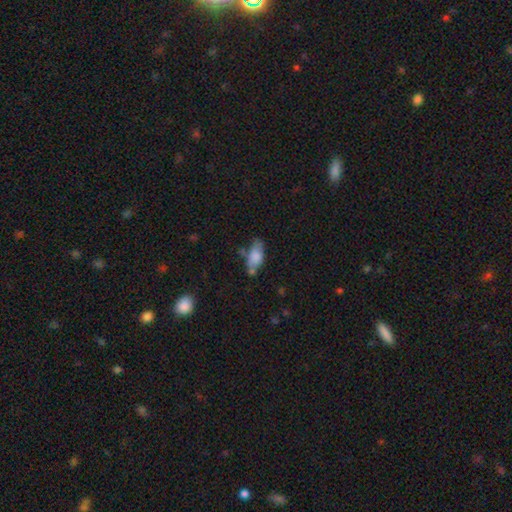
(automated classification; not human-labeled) Smooth or featured?
  - smooth: 76% *
  - featured or disk: 16%
  - star or artifact: 8%
How rounded?
  - in between: 84% *
  - cigar-shaped: 12%
  - round: 4%
Merging?
  - none: 48% *
  - minor disturbance: 28%
  - merger: 15%
  - major disturbance: 10%